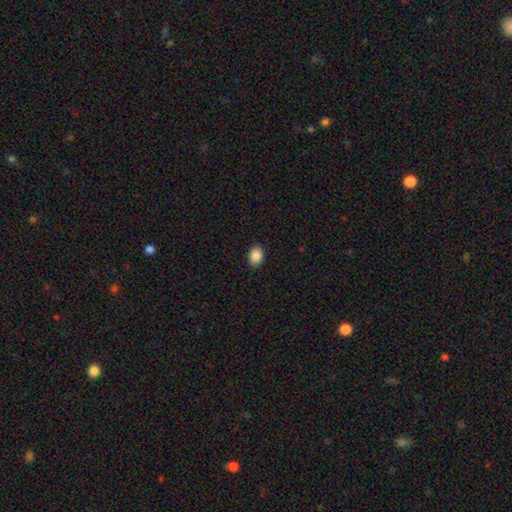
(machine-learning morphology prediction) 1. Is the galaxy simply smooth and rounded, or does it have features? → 88% smooth, 8% star or artifact, 4% featured or disk.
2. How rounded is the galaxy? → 82% in between, 17% round, 1% cigar-shaped.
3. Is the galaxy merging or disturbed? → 90% none, 7% minor disturbance, 2% major disturbance, 1% merger.